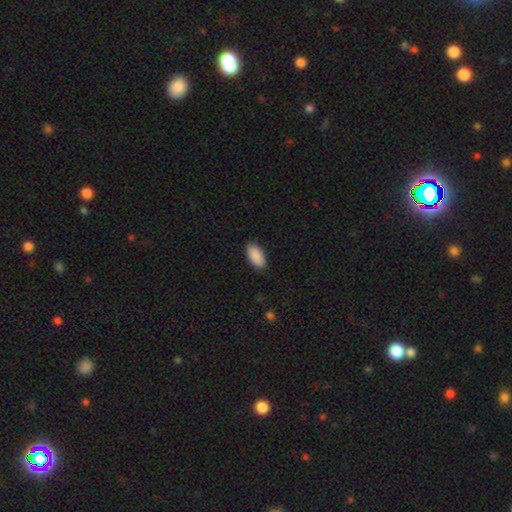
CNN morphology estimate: This is clearly a smooth galaxy (91%). How rounded: clearly in between (94%). Merging: clearly none (89%).